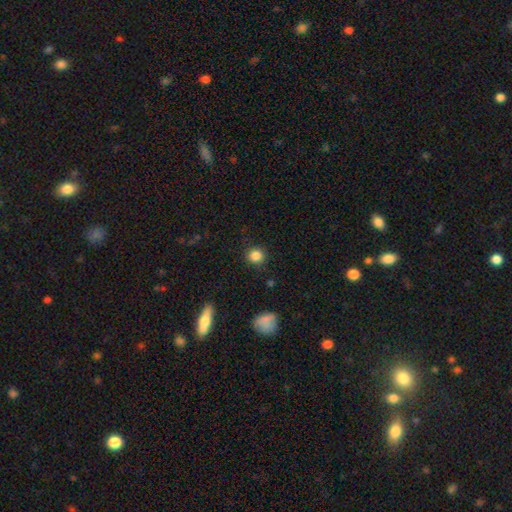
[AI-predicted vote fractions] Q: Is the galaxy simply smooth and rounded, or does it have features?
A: smooth — 85%.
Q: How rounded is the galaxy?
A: round — 91%.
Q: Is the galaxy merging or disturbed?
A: none — 88%.